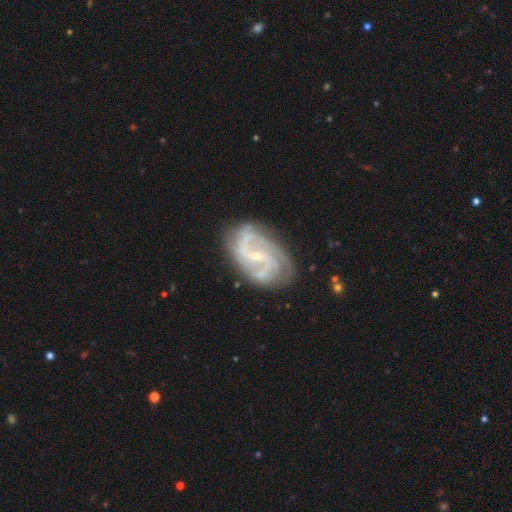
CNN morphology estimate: Overall: featured or disk (88%). Edge-on disk: no (97%). Bar: weak (48%; no 28%). Spiral arms: yes (96%). Spiral arm count: 2 (55%; 3 17%). Spiral winding: medium (49%; tight 27%). Bulge size: small (77%). Merging: none (70%).